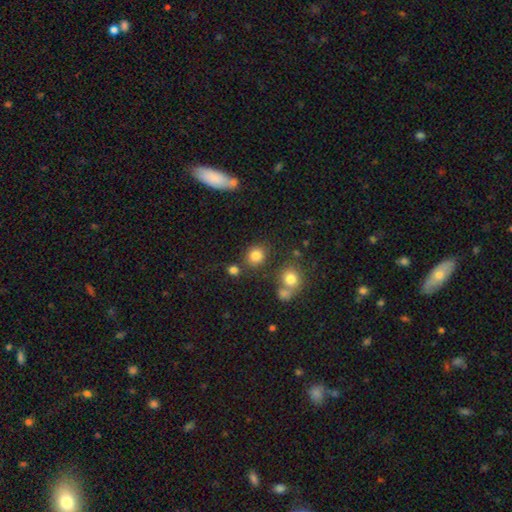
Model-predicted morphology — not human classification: smooth_or_featured: smooth (p=0.81) [alt: star or artifact p=0.13]
how_rounded: round (p=0.84) [alt: in between p=0.15]
merging: none (p=0.78) [alt: minor disturbance p=0.09]